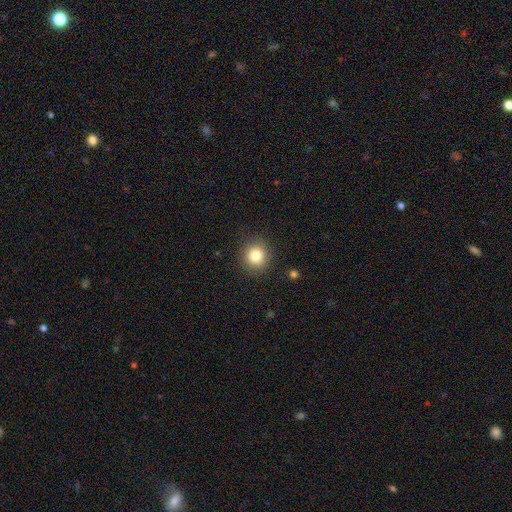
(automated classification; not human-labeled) The model was most divided on "smooth or featured": smooth: 82%, star or artifact: 11%, featured or disk: 7%. More confident: how rounded — round (91%); merging — none (90%).